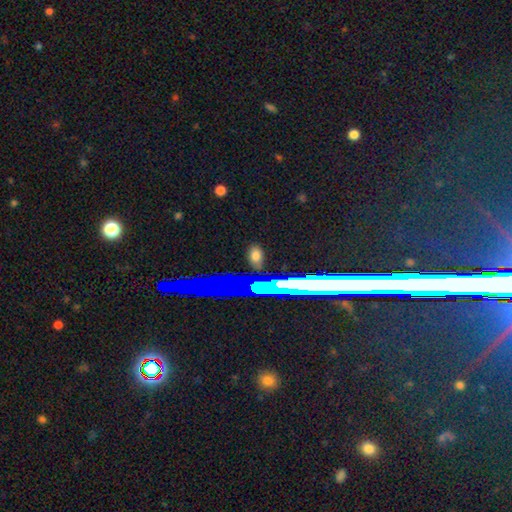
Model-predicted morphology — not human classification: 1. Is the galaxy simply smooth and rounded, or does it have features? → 66% smooth, 23% star or artifact, 10% featured or disk.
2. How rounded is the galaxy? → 66% in between, 27% round, 7% cigar-shaped.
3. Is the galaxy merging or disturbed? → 86% none, 9% minor disturbance, 3% major disturbance, 2% merger.